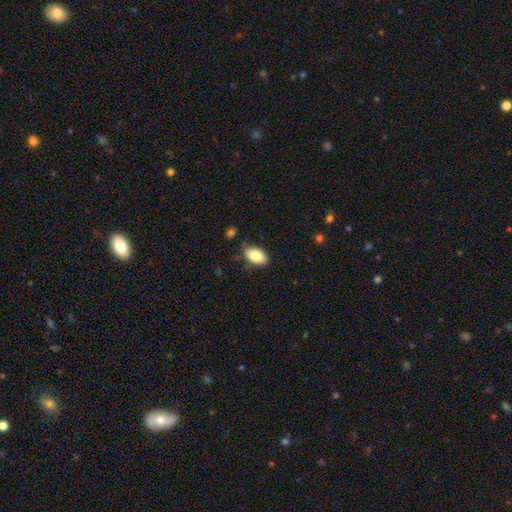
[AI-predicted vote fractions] Smooth or featured? smooth (85%)
How rounded? in between (93%)
Merging? none (79%)